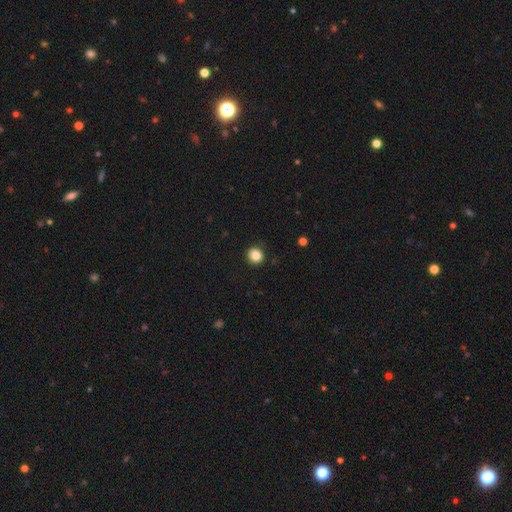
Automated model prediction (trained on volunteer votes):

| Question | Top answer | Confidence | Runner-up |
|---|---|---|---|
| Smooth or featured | smooth | 86% | star or artifact (10%) |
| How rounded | round | 87% | in between (12%) |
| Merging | none | 89% | minor disturbance (8%) |